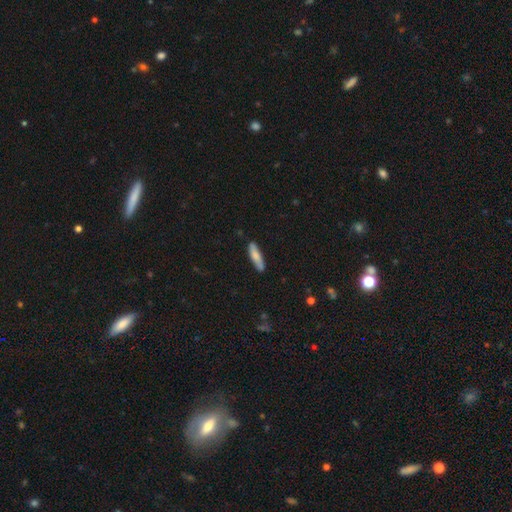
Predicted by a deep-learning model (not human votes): Morphology: type=smooth (76%); roundness=cigar-shaped (75%); merging=none (85%).